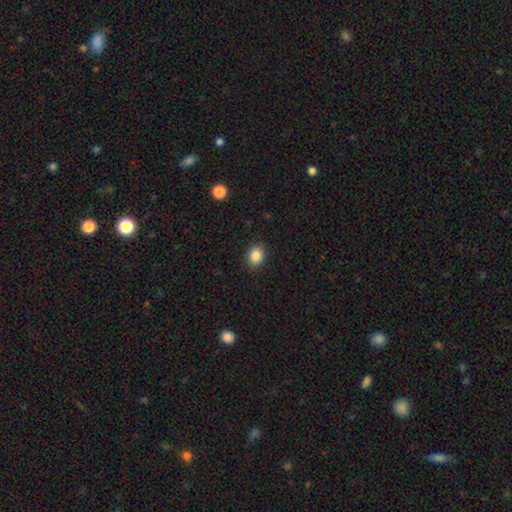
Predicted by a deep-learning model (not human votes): A smooth galaxy with no disk features (87%) that is in between round and cigar-shaped (64%).

Vote fractions:
- Smooth or featured? smooth: 87% / star or artifact: 9% / featured or disk: 4%
- How rounded? in between: 64% / round: 35% / cigar-shaped: 1%
- Merging? none: 88% / minor disturbance: 9% / major disturbance: 2% / merger: 1%